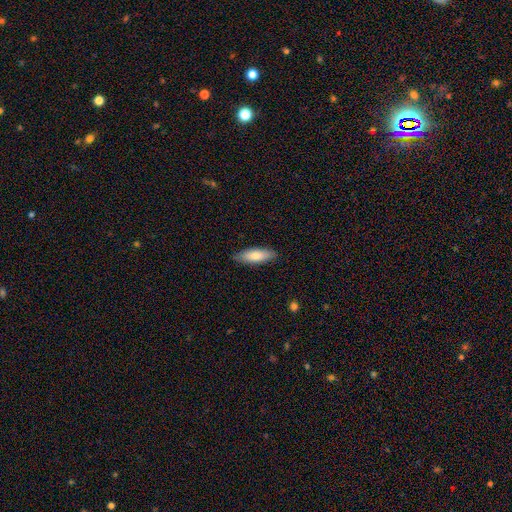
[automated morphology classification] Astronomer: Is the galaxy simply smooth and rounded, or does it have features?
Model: smooth — 76%.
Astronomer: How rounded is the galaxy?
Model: in between — 58% (runner-up: cigar-shaped, 40%).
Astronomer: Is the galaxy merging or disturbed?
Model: none — 87%.